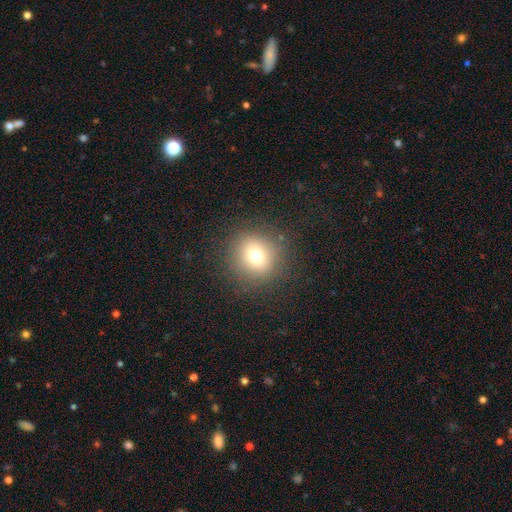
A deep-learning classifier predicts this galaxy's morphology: Smooth or featured: smooth — 73% (star or artifact — 15%)
How rounded: round — 91% (in between — 8%)
Merging: none — 87% (minor disturbance — 8%)